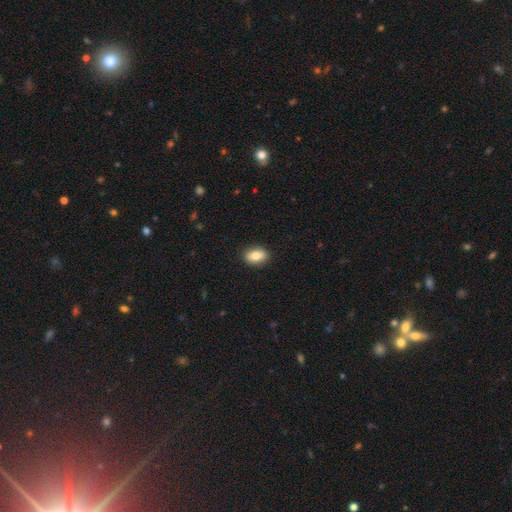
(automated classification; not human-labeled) A smooth galaxy with no disk features (81%) that is in between round and cigar-shaped (84%).

Vote fractions:
- Smooth or featured? smooth: 81% / featured or disk: 11% / star or artifact: 7%
- How rounded? in between: 84% / round: 14% / cigar-shaped: 2%
- Merging? none: 89% / minor disturbance: 8% / major disturbance: 2% / merger: 1%